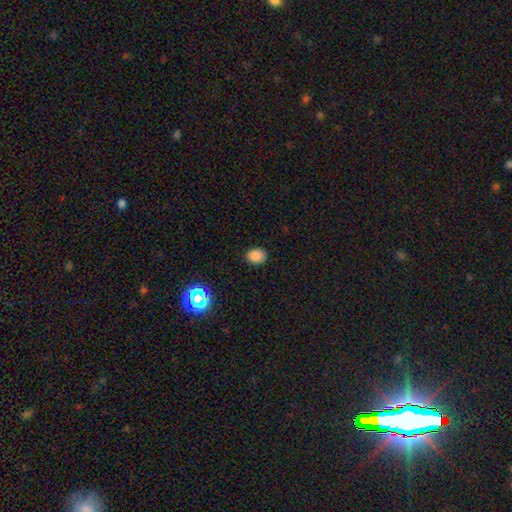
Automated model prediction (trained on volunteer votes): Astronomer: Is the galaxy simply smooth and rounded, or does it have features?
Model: smooth — 83%.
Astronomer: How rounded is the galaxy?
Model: in between — 59% (runner-up: round, 40%).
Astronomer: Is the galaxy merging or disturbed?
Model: none — 87%.